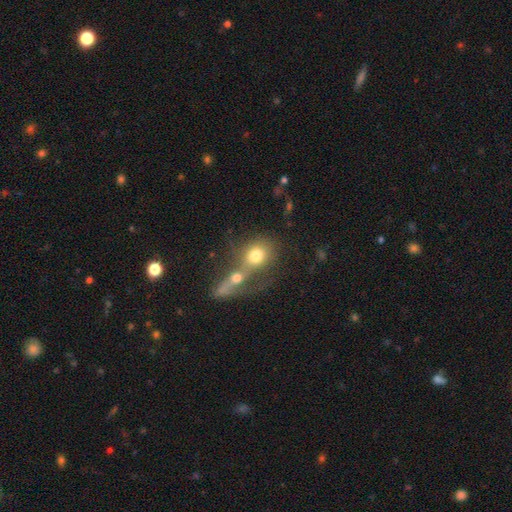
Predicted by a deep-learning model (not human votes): A smooth galaxy with no disk features (69%) that is round (57%).

Vote fractions:
- Smooth or featured? smooth: 69% / featured or disk: 20% / star or artifact: 11%
- How rounded? round: 57% / in between: 40% / cigar-shaped: 3%
- Merging? merger: 66% / none: 20% / major disturbance: 8% / minor disturbance: 7%